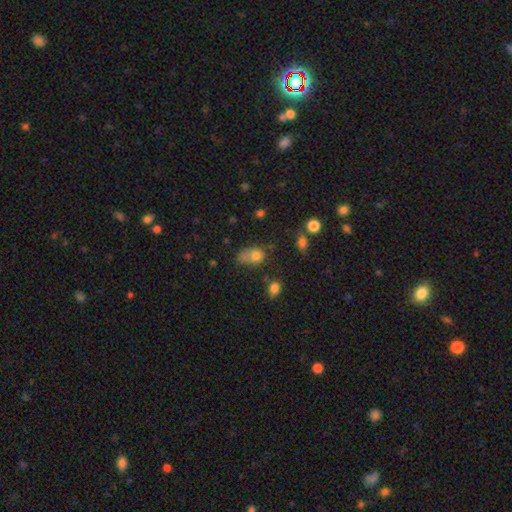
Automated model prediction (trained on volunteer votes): A smooth galaxy with no disk features (73%) that is in between round and cigar-shaped (54%). Merging: none (34%).